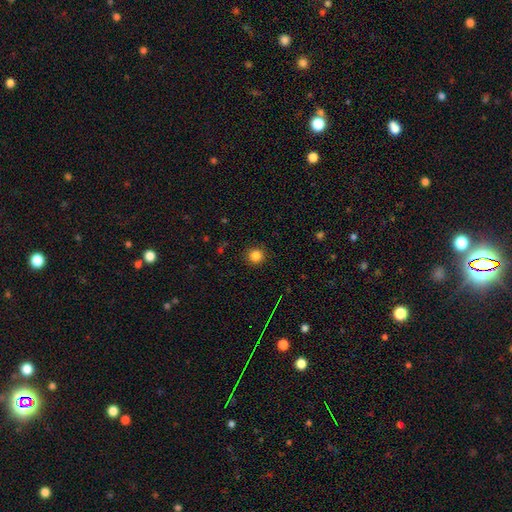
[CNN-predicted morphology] This is clearly a smooth galaxy (84%). How rounded: clearly round (94%). Merging: clearly none (91%).